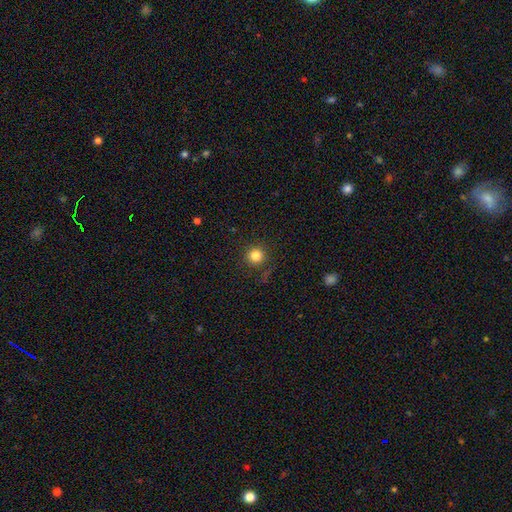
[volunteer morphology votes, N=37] Q: Smooth or featured?
A: smooth (86%); runner-up: featured or disk (11%)
Q: How rounded?
A: round (97%); runner-up: in between (3%)
Q: Merging?
A: none (83%); runner-up: minor disturbance (11%)